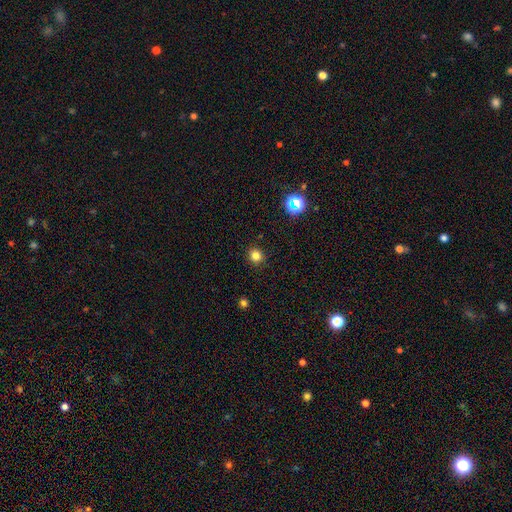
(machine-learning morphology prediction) Smooth or featured? smooth (80%)
How rounded? round (91%)
Merging? none (91%)